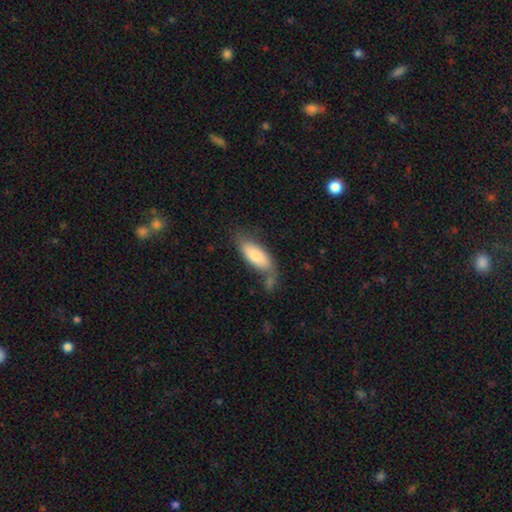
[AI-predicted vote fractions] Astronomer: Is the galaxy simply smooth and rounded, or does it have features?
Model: smooth — 73%.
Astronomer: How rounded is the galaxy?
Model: in between — 81%.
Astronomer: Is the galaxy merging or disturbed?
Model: none — 43% (runner-up: minor disturbance, 27%).